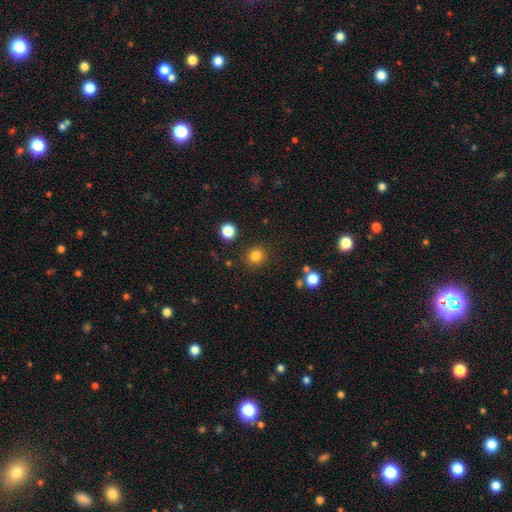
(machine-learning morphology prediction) Smooth or featured?
  - smooth: 82% *
  - star or artifact: 13%
  - featured or disk: 5%
How rounded?
  - round: 93% *
  - in between: 6%
  - cigar-shaped: 1%
Merging?
  - none: 89% *
  - minor disturbance: 6%
  - major disturbance: 2%
  - merger: 2%